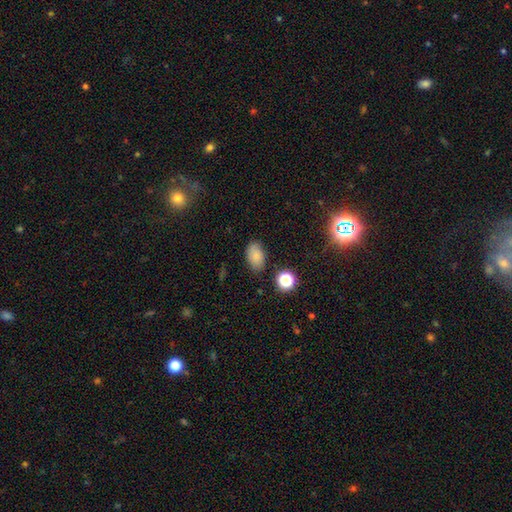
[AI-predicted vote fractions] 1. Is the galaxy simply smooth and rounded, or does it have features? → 80% smooth, 11% star or artifact, 9% featured or disk.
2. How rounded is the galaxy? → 88% in between, 10% round, 1% cigar-shaped.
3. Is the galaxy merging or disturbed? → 79% none, 15% minor disturbance, 3% major disturbance, 2% merger.